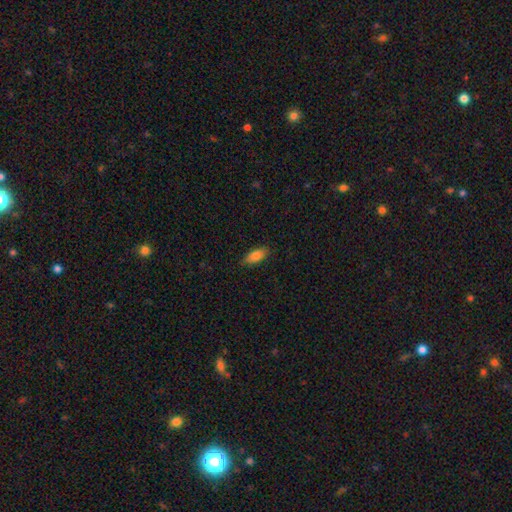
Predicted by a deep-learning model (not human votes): A smooth galaxy with no disk features (85%) that is in between round and cigar-shaped (84%). Merging: none (84%).